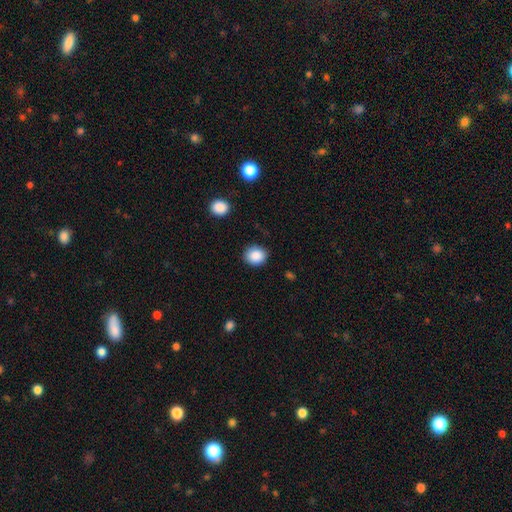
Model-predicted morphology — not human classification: Q: Smooth or featured?
A: smooth (88%); runner-up: star or artifact (9%)
Q: How rounded?
A: round (73%); runner-up: in between (26%)
Q: Merging?
A: none (86%); runner-up: minor disturbance (10%)